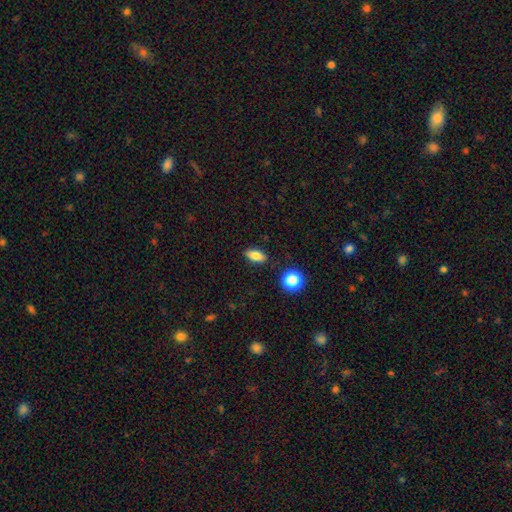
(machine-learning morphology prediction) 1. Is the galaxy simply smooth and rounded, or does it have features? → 81% smooth, 10% featured or disk, 9% star or artifact.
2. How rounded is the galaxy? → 82% in between, 10% cigar-shaped, 8% round.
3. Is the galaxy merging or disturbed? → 86% none, 9% minor disturbance, 2% major disturbance, 2% merger.